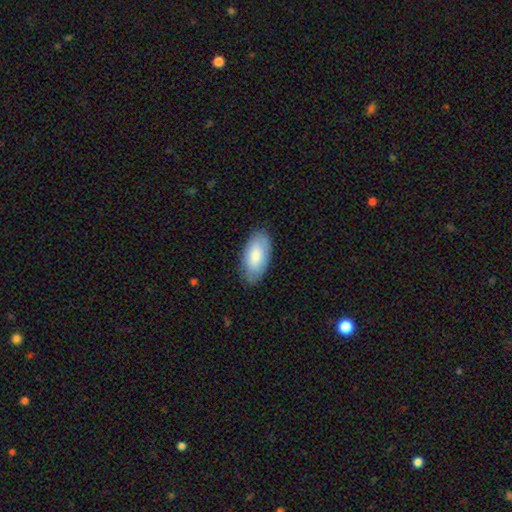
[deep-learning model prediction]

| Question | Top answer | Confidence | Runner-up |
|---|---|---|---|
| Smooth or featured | smooth | 80% | featured or disk (14%) |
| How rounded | in between | 95% | cigar-shaped (3%) |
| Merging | none | 83% | minor disturbance (14%) |